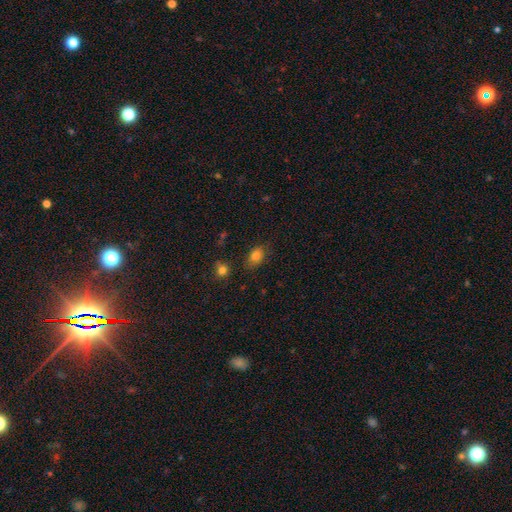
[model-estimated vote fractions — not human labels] Smooth or featured?
  - smooth: 82% *
  - star or artifact: 11%
  - featured or disk: 7%
How rounded?
  - in between: 76% *
  - round: 22%
  - cigar-shaped: 2%
Merging?
  - none: 75% *
  - minor disturbance: 17%
  - major disturbance: 4%
  - merger: 3%